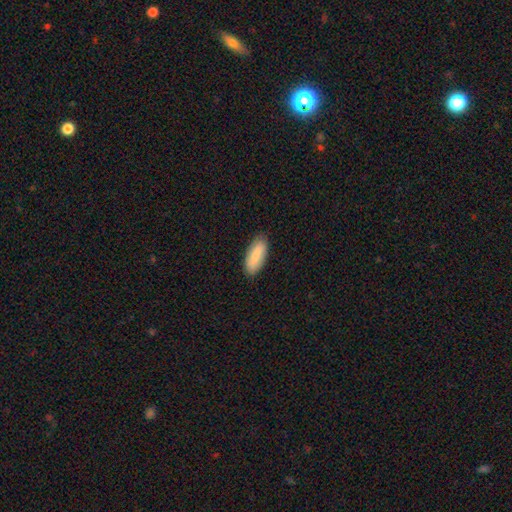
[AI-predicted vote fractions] Smooth or featured: smooth — 82% (featured or disk — 12%)
How rounded: in between — 80% (cigar-shaped — 19%)
Merging: none — 86% (minor disturbance — 11%)